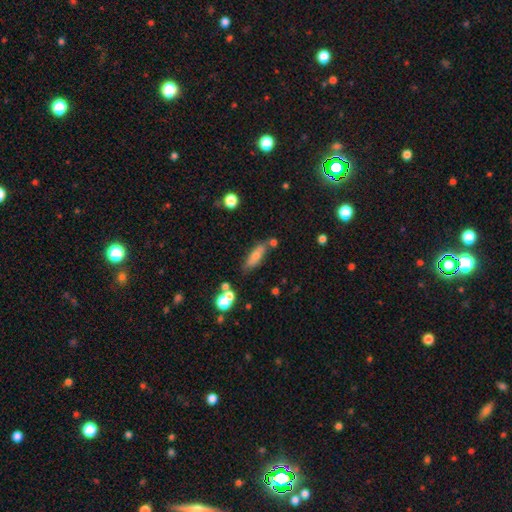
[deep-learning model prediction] smooth_or_featured: smooth (p=0.69) [alt: featured or disk p=0.22]
how_rounded: cigar-shaped (p=0.49) [alt: in between p=0.48]
merging: none (p=0.66) [alt: minor disturbance p=0.17]